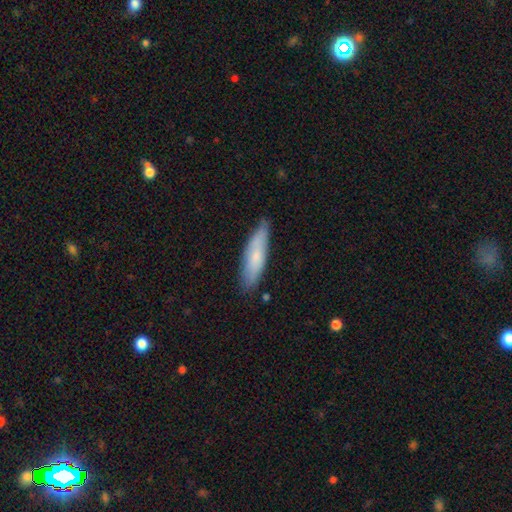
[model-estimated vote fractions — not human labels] Smooth or featured? Predicted: smooth (p=0.71). How rounded? Predicted: cigar-shaped (p=0.67). Merging? Predicted: none (p=0.80).